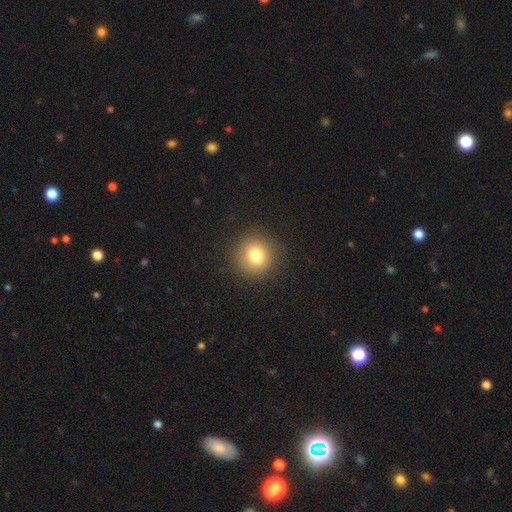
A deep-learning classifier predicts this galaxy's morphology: Smooth or featured? smooth (79%)
How rounded? round (92%)
Merging? none (89%)